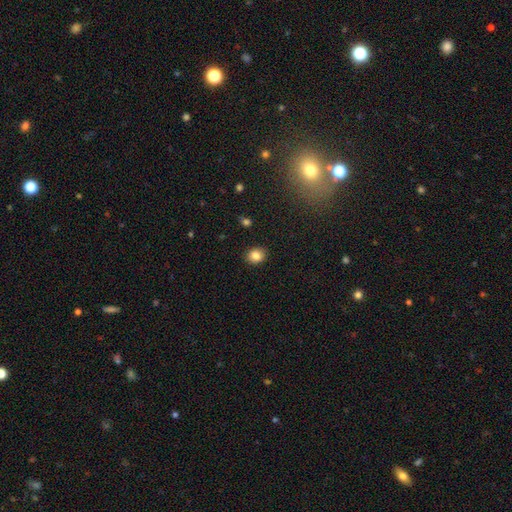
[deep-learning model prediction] Smooth or featured?
  - smooth: 84% *
  - star or artifact: 10%
  - featured or disk: 6%
How rounded?
  - round: 62% *
  - in between: 37%
  - cigar-shaped: 1%
Merging?
  - none: 90% *
  - minor disturbance: 7%
  - major disturbance: 2%
  - merger: 1%